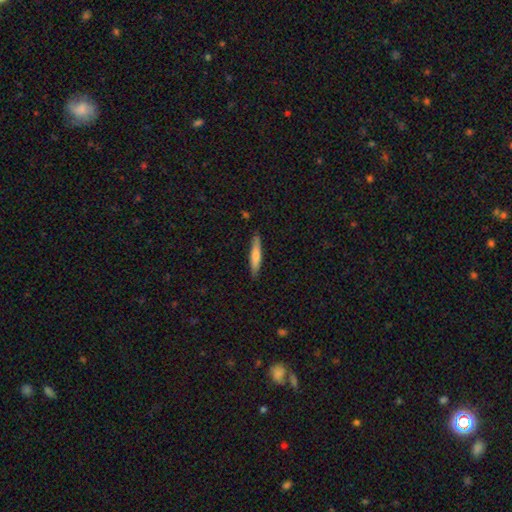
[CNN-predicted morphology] Smooth or featured: smooth — 71% (featured or disk — 23%)
How rounded: cigar-shaped — 89% (in between — 10%)
Merging: none — 88% (minor disturbance — 9%)